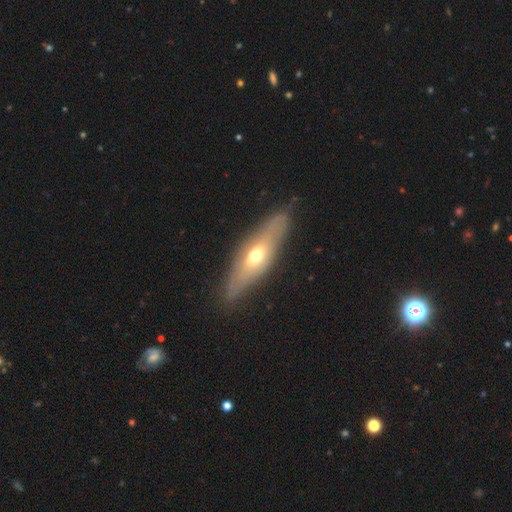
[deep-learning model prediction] featured or disk 56%, smooth 38%, star or artifact 6%. Down the decision tree: edge-on disk — yes (58%); merging — none (81%).